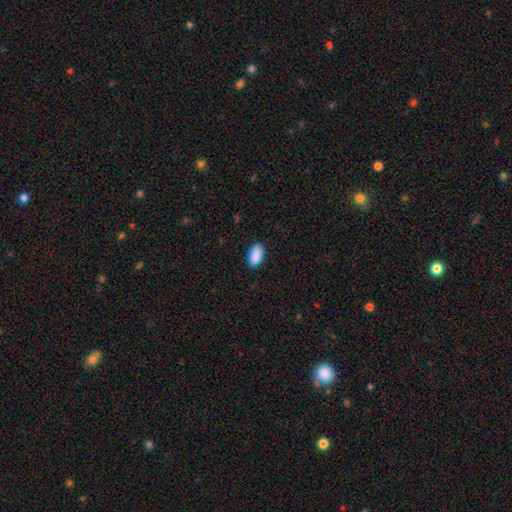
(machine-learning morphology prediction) Overall: smooth (90%). How rounded: in between (94%). Merging: none (84%).